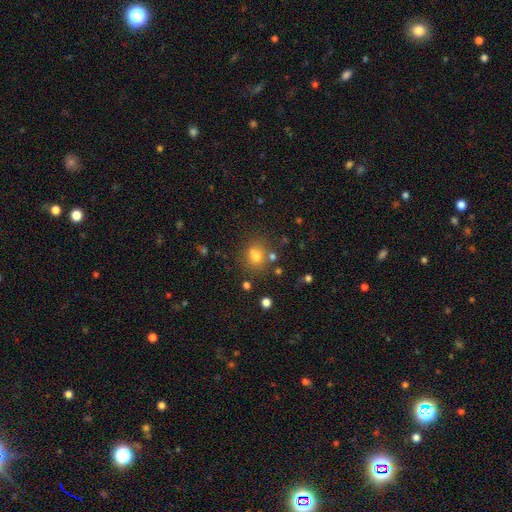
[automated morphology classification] Smooth or featured?
  - smooth: 74% *
  - star or artifact: 16%
  - featured or disk: 10%
How rounded?
  - round: 65% *
  - in between: 34%
  - cigar-shaped: 1%
Merging?
  - none: 69% *
  - minor disturbance: 14%
  - merger: 11%
  - major disturbance: 5%